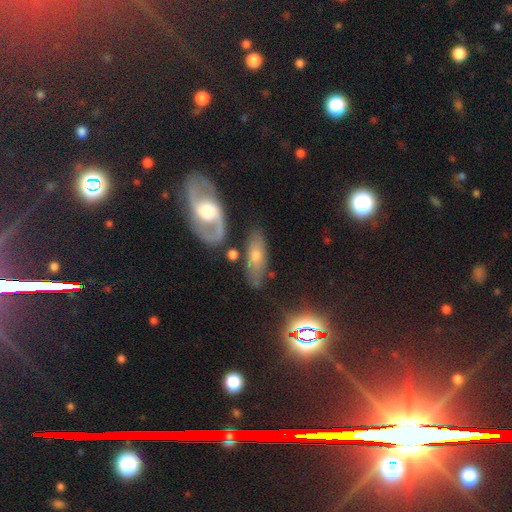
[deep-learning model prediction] Q: Smooth or featured?
A: featured or disk (44%); runner-up: smooth (43%)
Q: Merging?
A: none (73%); runner-up: minor disturbance (16%)